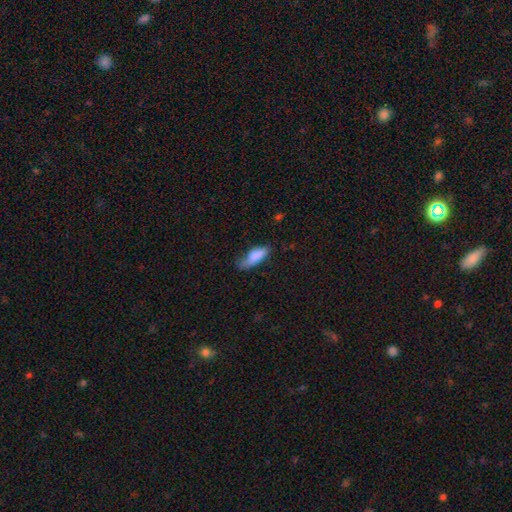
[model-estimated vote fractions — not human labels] smooth_or_featured: smooth (p=0.82) [alt: featured or disk p=0.11]
how_rounded: in between (p=0.65) [alt: cigar-shaped p=0.32]
merging: none (p=0.47) [alt: minor disturbance p=0.37]